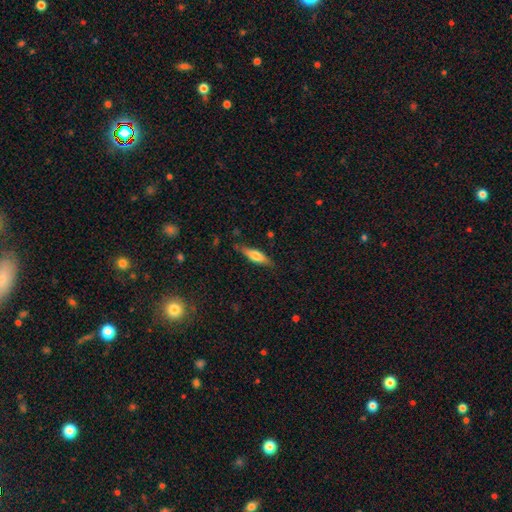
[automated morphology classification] smooth 58%, featured or disk 36%, star or artifact 6%. Down the decision tree: how rounded — cigar-shaped (65%); merging — none (80%).